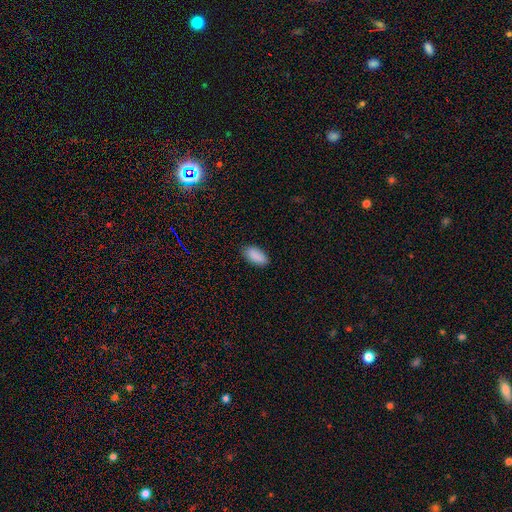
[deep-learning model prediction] Q: Smooth or featured?
A: smooth (90%); runner-up: star or artifact (7%)
Q: How rounded?
A: in between (93%); runner-up: cigar-shaped (5%)
Q: Merging?
A: none (86%); runner-up: minor disturbance (11%)